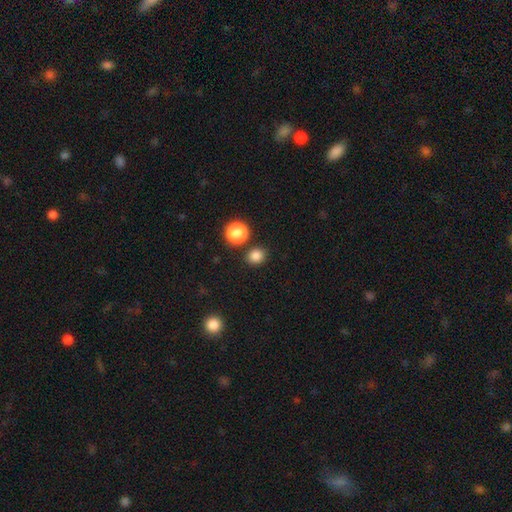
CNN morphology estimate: Smooth or featured?
  - smooth: 83% *
  - star or artifact: 13%
  - featured or disk: 4%
How rounded?
  - round: 76% *
  - in between: 23%
  - cigar-shaped: 1%
Merging?
  - none: 82% *
  - minor disturbance: 8%
  - merger: 7%
  - major disturbance: 2%